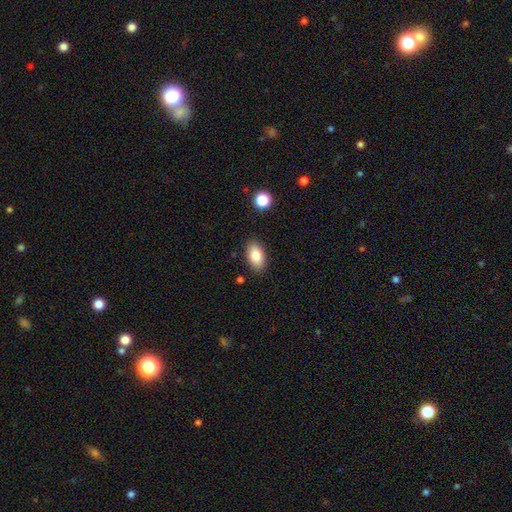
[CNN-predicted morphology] smooth_or_featured: smooth (p=0.82) [alt: featured or disk p=0.10]
how_rounded: in between (p=0.92) [alt: round p=0.06]
merging: none (p=0.86) [alt: minor disturbance p=0.10]